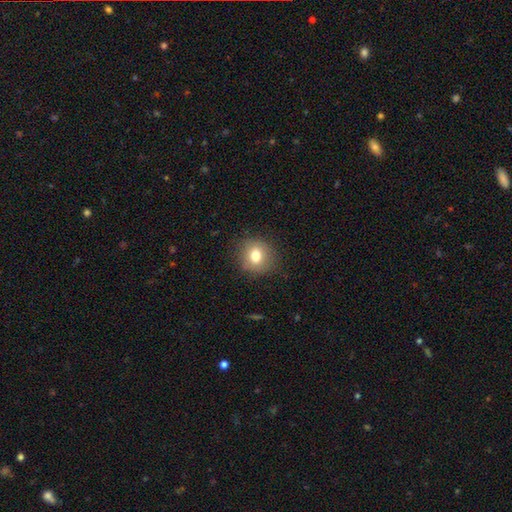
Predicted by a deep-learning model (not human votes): A smooth galaxy with no disk features (75%) that is round (84%). Merging: none (86%).